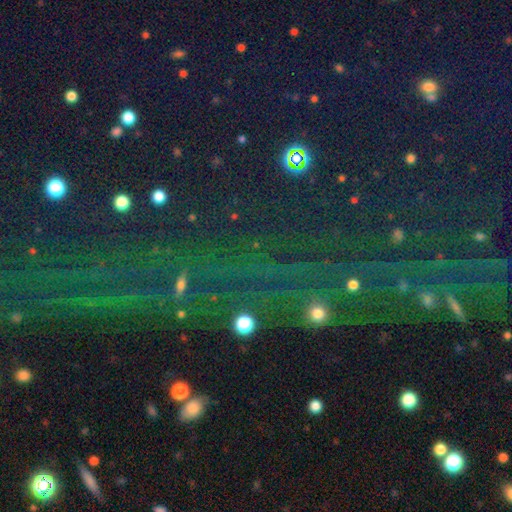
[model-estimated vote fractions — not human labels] Q: Smooth or featured?
A: star or artifact (76%); runner-up: smooth (15%)